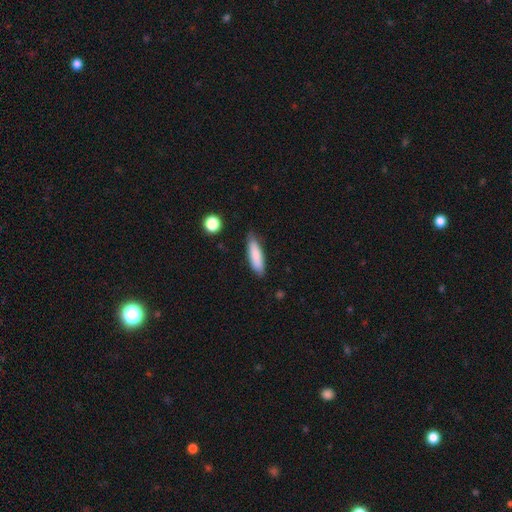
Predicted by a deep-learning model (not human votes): The model was most divided on "how rounded": cigar-shaped: 63%, in between: 35%, round: 2%. More confident: smooth or featured — smooth (84%); merging — none (80%).